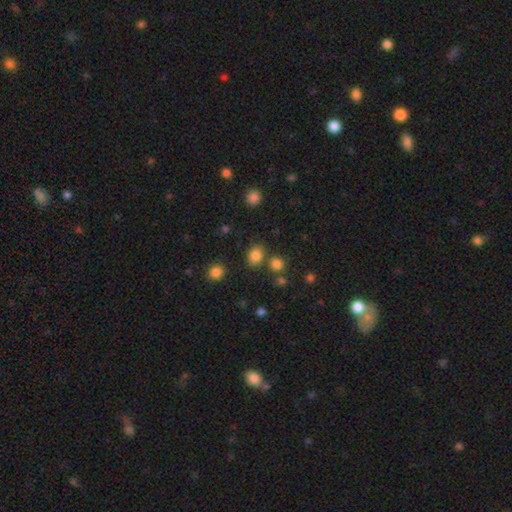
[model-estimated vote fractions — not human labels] The model was most divided on "how rounded": in between: 50%, round: 49%, cigar-shaped: 1%. More confident: smooth or featured — smooth (82%); merging — none (75%).